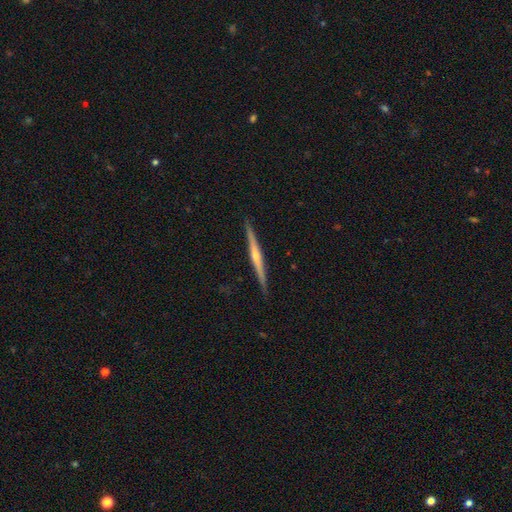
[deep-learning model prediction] featured or disk 79%, smooth 16%, star or artifact 6%. Down the decision tree: edge-on disk — yes (98%); edge-on bulge — rounded (76%); merging — none (92%).